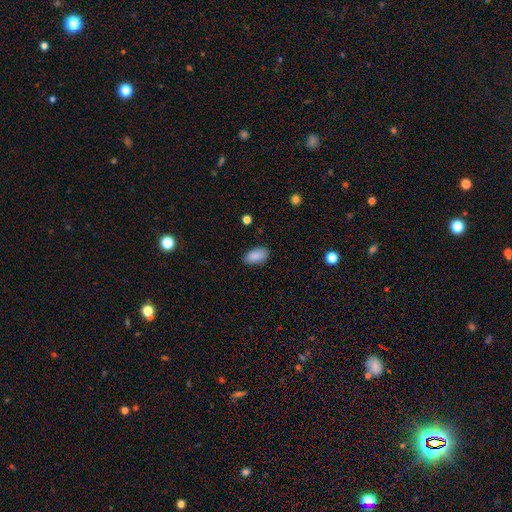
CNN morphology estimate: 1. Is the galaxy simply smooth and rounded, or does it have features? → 88% smooth, 7% star or artifact, 4% featured or disk.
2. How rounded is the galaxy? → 93% in between, 4% cigar-shaped, 3% round.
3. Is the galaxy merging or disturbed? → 84% none, 12% minor disturbance, 3% major disturbance, 1% merger.